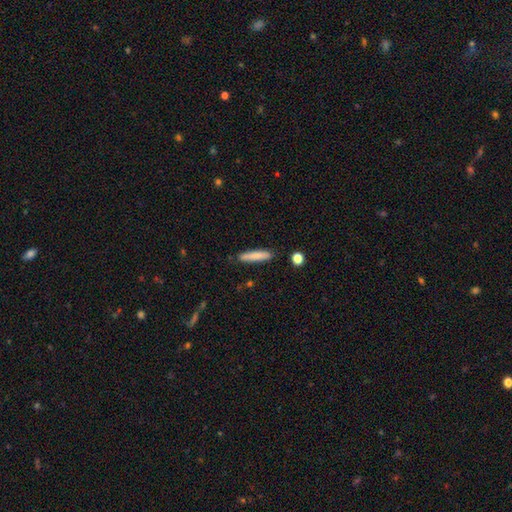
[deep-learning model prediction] This appears to be a smooth galaxy with no disk features (81%) that is cigar-shaped (89%). Merging: none (86%).